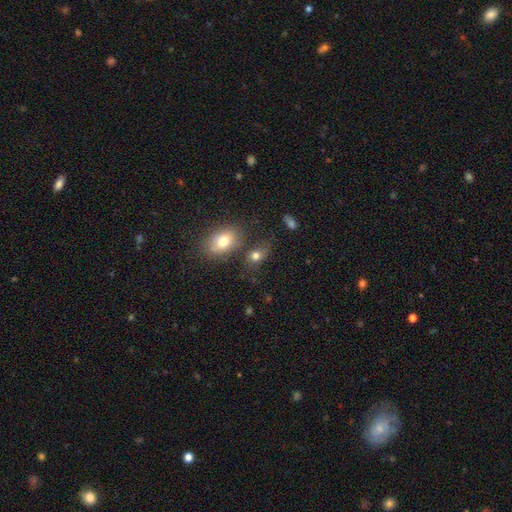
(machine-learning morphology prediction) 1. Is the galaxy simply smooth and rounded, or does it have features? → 75% smooth, 13% star or artifact, 12% featured or disk.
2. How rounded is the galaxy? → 70% in between, 28% round, 2% cigar-shaped.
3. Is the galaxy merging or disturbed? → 61% none, 17% minor disturbance, 16% merger, 7% major disturbance.